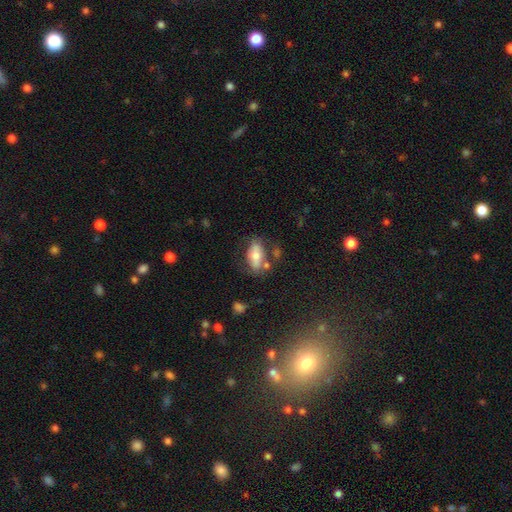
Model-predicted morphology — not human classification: smooth 62%, featured or disk 30%, star or artifact 8%. Down the decision tree: how rounded — in between (84%); merging — none (56%).